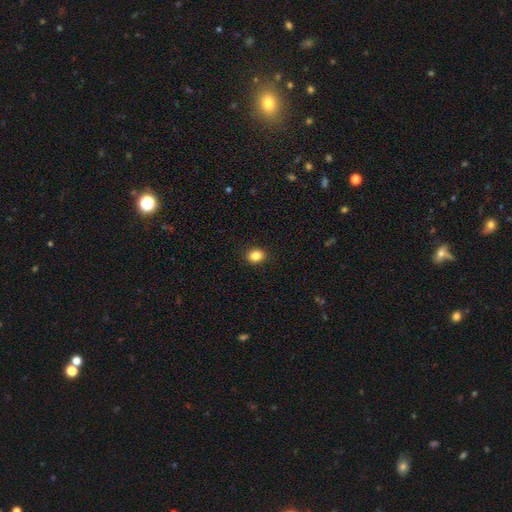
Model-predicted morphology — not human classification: A smooth galaxy with no disk features (86%) that is in between round and cigar-shaped (53%). Merging: none (90%).